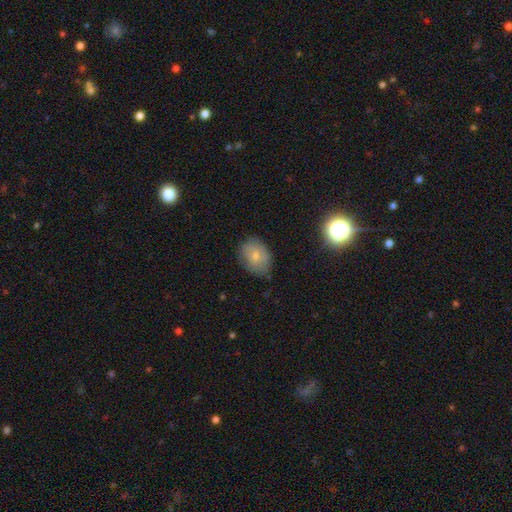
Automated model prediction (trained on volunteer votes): Smooth or featured? smooth (74%)
How rounded? in between (61%)
Merging? none (76%)